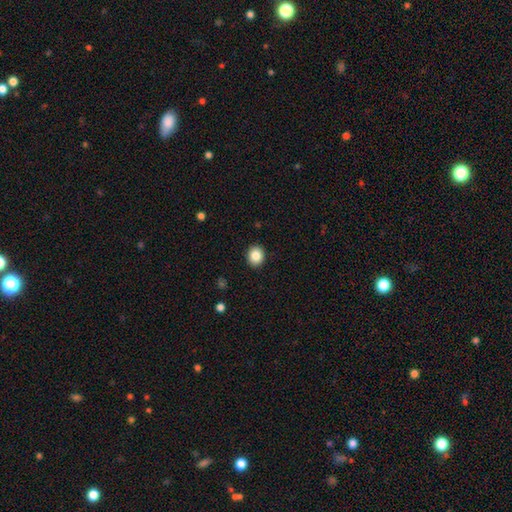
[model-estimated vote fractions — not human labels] Smooth or featured?
  - smooth: 86% *
  - star or artifact: 9%
  - featured or disk: 5%
How rounded?
  - round: 71% *
  - in between: 28%
  - cigar-shaped: 1%
Merging?
  - none: 91% *
  - minor disturbance: 6%
  - major disturbance: 2%
  - merger: 1%